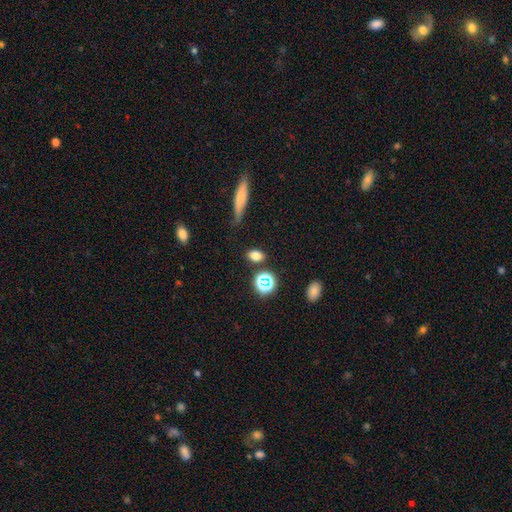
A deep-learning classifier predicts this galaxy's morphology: Q: Smooth or featured?
A: smooth (76%); runner-up: star or artifact (16%)
Q: How rounded?
A: in between (75%); runner-up: round (21%)
Q: Merging?
A: none (81%); runner-up: minor disturbance (10%)